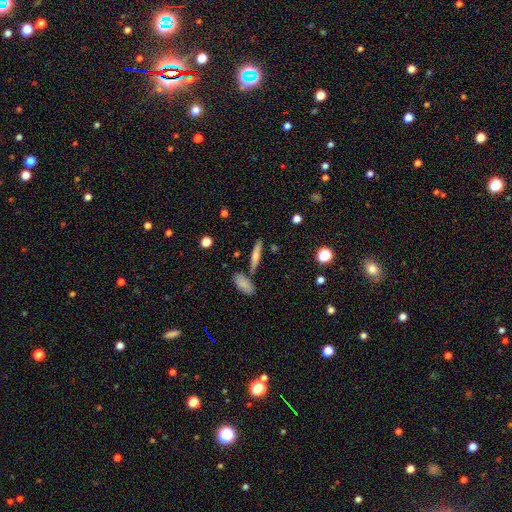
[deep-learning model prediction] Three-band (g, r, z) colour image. It shows a smooth galaxy with no disk features (64%) that is cigar-shaped (80%). Merging: none (78%).